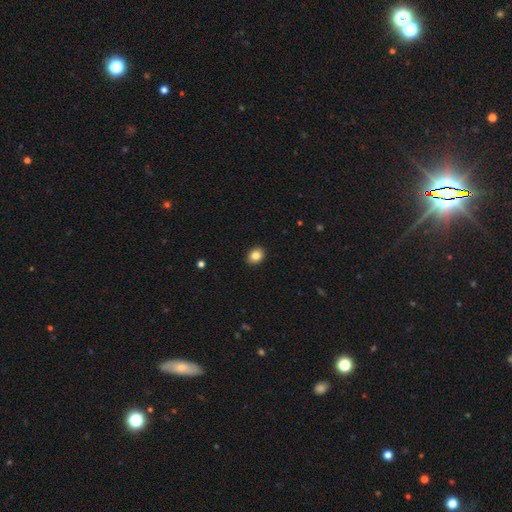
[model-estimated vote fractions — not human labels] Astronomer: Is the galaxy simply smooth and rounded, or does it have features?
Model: smooth — 84%.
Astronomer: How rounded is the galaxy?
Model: in between — 59% (runner-up: round, 40%).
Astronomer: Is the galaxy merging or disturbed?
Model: none — 91%.